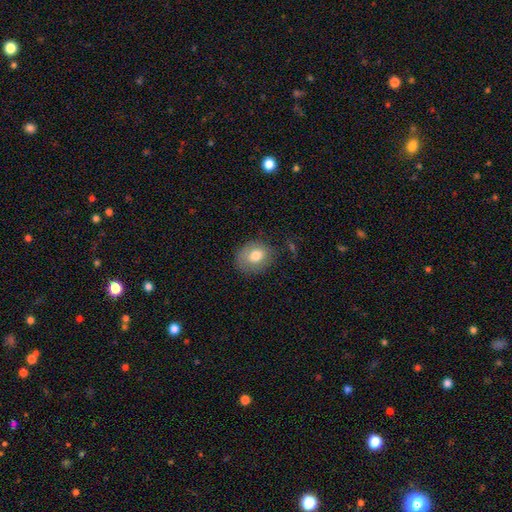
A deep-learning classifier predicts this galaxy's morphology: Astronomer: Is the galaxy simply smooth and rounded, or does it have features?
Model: smooth — 76%.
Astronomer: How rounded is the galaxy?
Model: round — 56% (runner-up: in between, 43%).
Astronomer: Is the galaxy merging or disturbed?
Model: none — 72%.